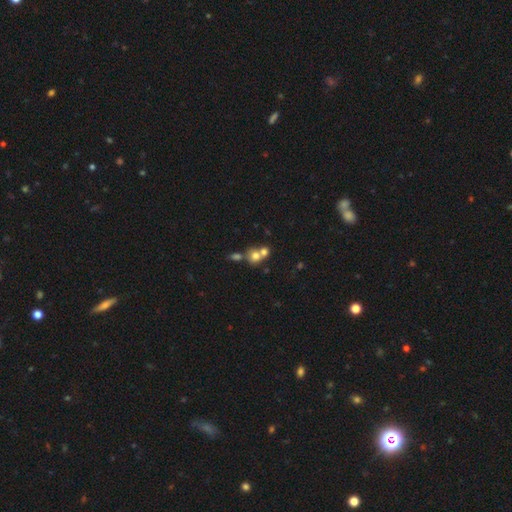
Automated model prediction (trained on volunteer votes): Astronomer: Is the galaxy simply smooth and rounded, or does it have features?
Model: smooth — 70%.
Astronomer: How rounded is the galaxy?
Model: round — 78%.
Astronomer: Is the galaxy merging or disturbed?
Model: merger — 53% (runner-up: none, 36%).